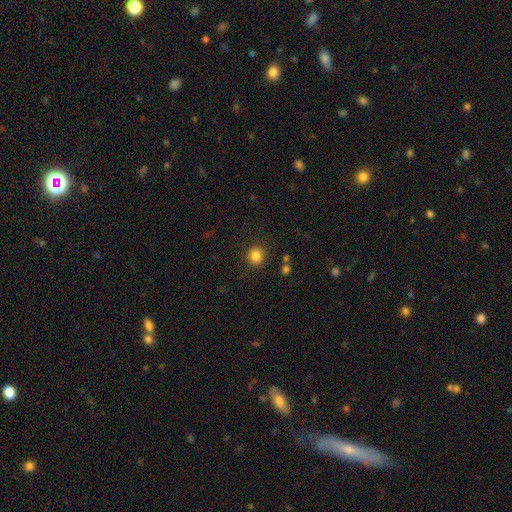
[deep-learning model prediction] smooth-or-featured: smooth: 84% | star or artifact: 12% | featured or disk: 5%
  how-rounded: round: 89% | in between: 11% | cigar-shaped: 1%
  merging: none: 89% | minor disturbance: 6% | major disturbance: 3% | merger: 2%